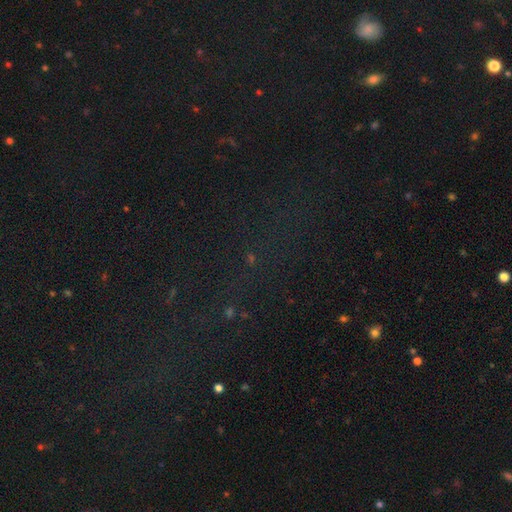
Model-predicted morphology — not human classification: Smooth or featured: star or artifact — 73% (smooth — 17%)